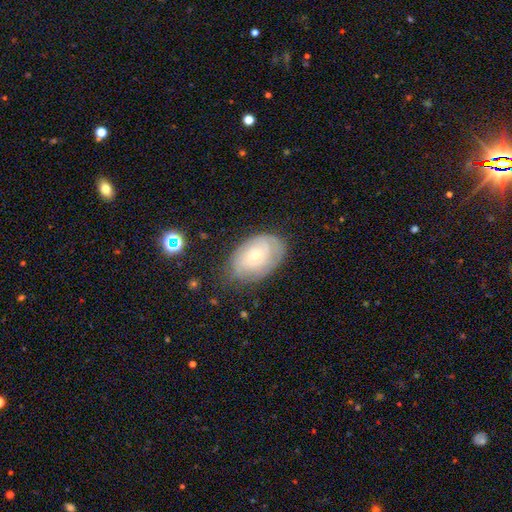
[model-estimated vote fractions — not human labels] Q: Smooth or featured?
A: featured or disk (54%); runner-up: smooth (38%)
Q: Edge-on disk?
A: no (94%); runner-up: yes (6%)
Q: Bar?
A: no (80%); runner-up: weak (17%)
Q: Spiral arms?
A: yes (69%); runner-up: no (31%)
Q: Bulge size?
A: small (67%); runner-up: moderate (29%)
Q: Merging?
A: none (69%); runner-up: minor disturbance (23%)